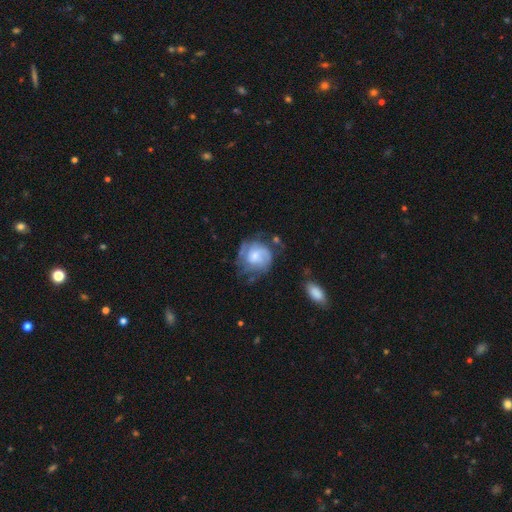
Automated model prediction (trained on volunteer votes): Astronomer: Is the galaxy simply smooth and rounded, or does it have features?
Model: featured or disk — 58% (runner-up: smooth, 34%).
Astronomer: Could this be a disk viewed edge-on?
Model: no — 98%.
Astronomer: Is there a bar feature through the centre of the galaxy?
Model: no — 65%.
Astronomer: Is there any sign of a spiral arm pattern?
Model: yes — 78%.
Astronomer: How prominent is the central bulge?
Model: moderate — 44% (runner-up: small, 38%).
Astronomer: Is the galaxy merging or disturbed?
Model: none — 52%.